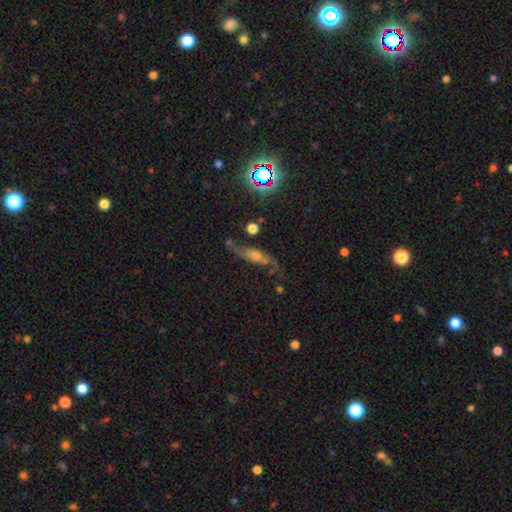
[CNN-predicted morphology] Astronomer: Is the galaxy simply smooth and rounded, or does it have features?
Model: featured or disk — 65%.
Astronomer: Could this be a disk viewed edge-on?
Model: no — 70%.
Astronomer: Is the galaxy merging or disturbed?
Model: none — 63%.